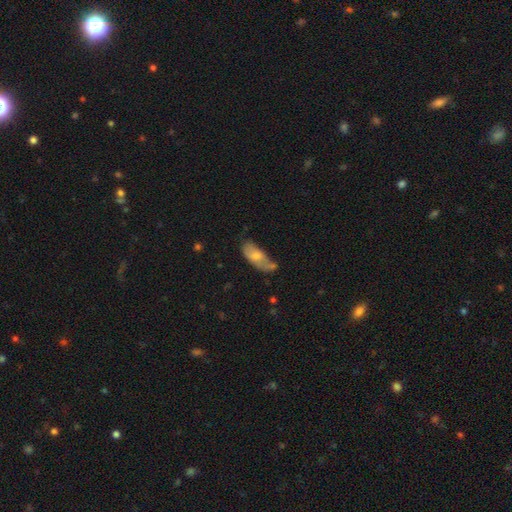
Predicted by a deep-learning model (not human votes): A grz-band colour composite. It shows a smooth galaxy with no disk features (68%) that is in between round and cigar-shaped (82%). Merging: none (34%).